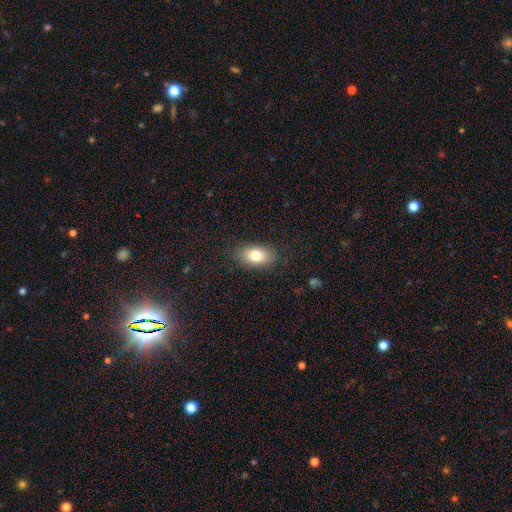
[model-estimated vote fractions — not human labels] This appears to be a smooth galaxy with no disk features (78%) that is in between round and cigar-shaped (89%). Merging: none (85%).